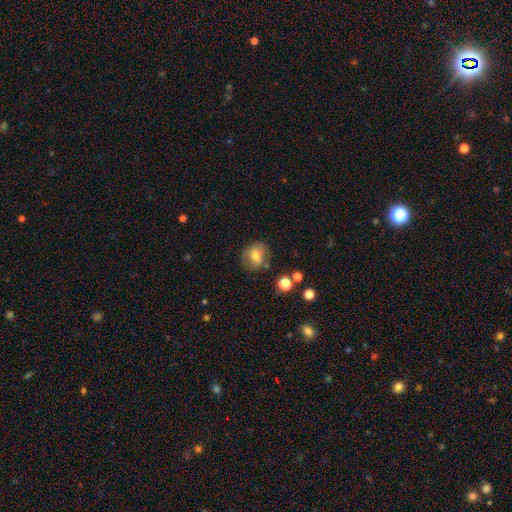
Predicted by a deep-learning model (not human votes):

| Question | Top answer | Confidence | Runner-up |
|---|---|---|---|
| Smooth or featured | smooth | 68% | featured or disk (22%) |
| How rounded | round | 63% | in between (36%) |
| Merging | none | 71% | minor disturbance (18%) |